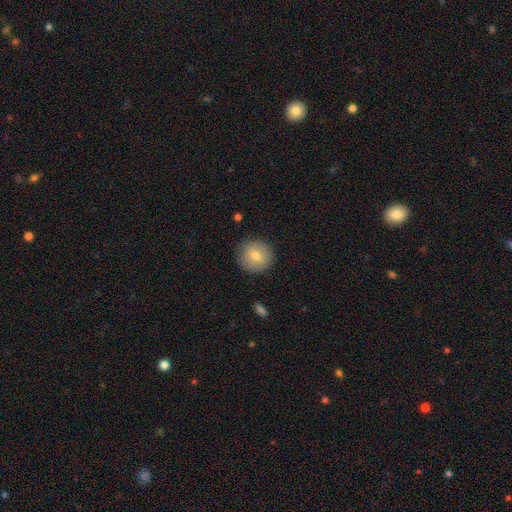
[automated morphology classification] This appears to be a smooth galaxy with no disk features (70%) that is round (91%). Merging: none (89%).